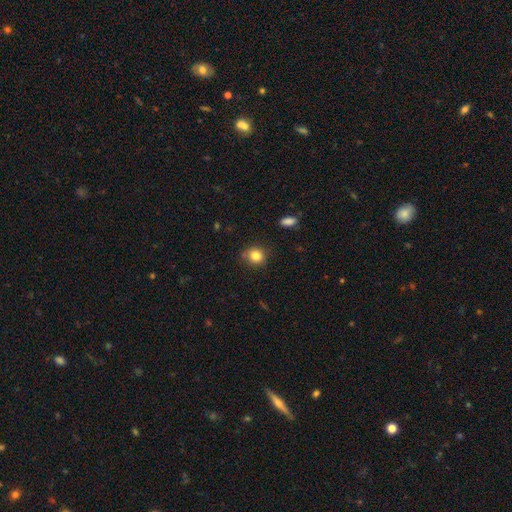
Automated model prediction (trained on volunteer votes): A smooth galaxy with no disk features (83%) that is round (83%). Merging: none (78%).